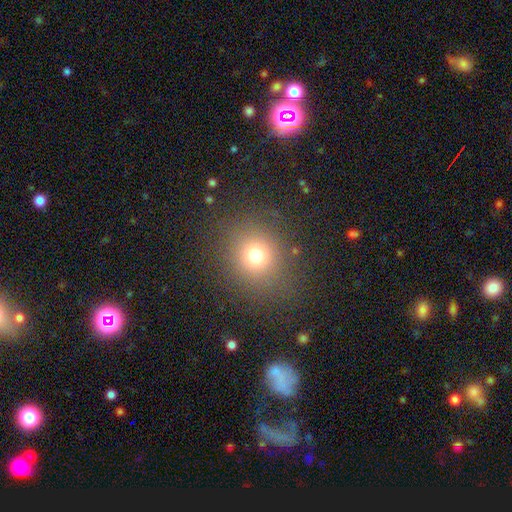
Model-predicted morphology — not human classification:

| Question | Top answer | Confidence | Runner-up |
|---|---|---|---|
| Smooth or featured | smooth | 72% | star or artifact (19%) |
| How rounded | round | 83% | in between (16%) |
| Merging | none | 85% | minor disturbance (9%) |